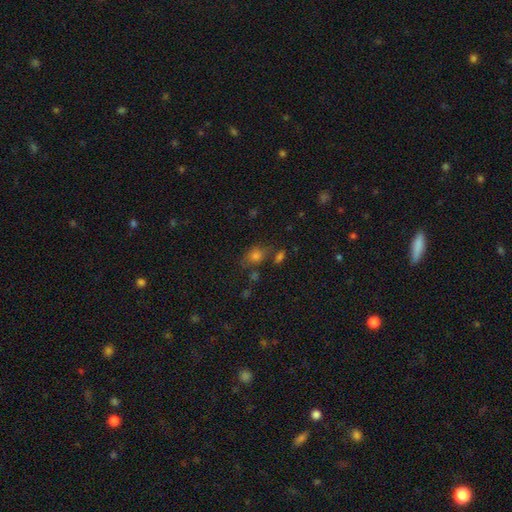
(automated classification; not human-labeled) smooth-or-featured: smooth: 71% | star or artifact: 18% | featured or disk: 10%
  how-rounded: in between: 60% | round: 38% | cigar-shaped: 2%
  merging: none: 61% | minor disturbance: 17% | merger: 14% | major disturbance: 7%